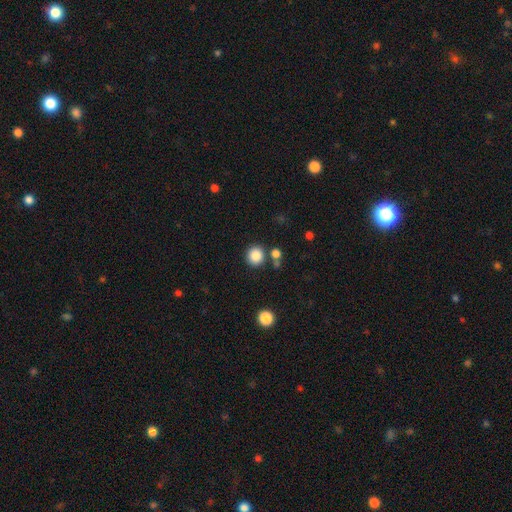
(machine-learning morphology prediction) Smooth or featured: smooth — 85% (star or artifact — 10%)
How rounded: round — 91% (in between — 8%)
Merging: none — 82% (merger — 8%)